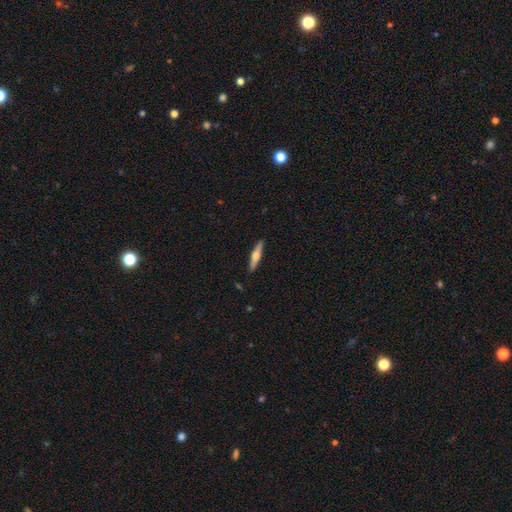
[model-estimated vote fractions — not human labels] The model was most divided on "smooth or featured": featured or disk: 55%, smooth: 40%, star or artifact: 5%. More confident: edge-on disk — yes (96%); edge-on bulge — rounded (91%); merging — none (91%).